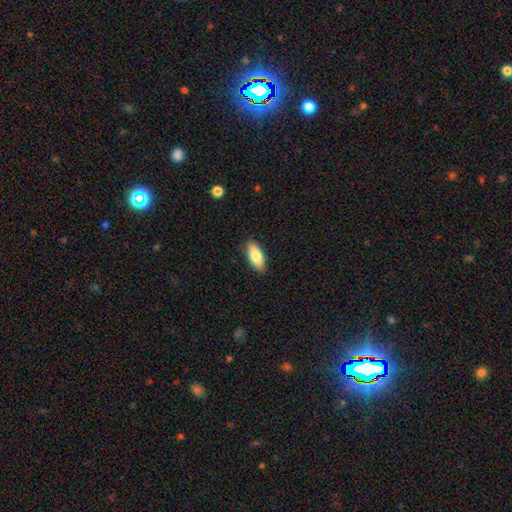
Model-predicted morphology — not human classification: Overall: smooth (81%). How rounded: in between (82%). Merging: none (87%).